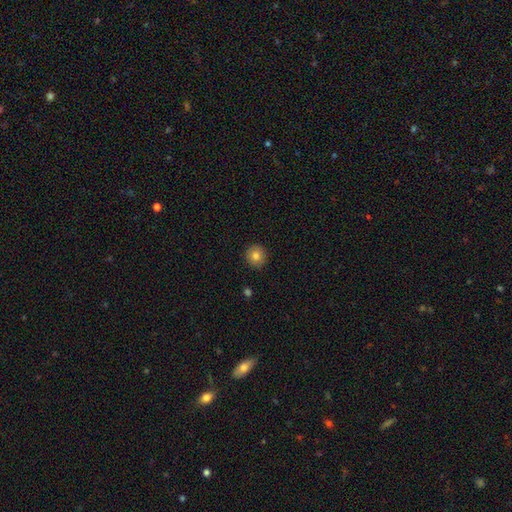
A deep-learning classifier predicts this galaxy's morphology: This is clearly a smooth galaxy (82%). How rounded: clearly round (93%). Merging: clearly none (91%).